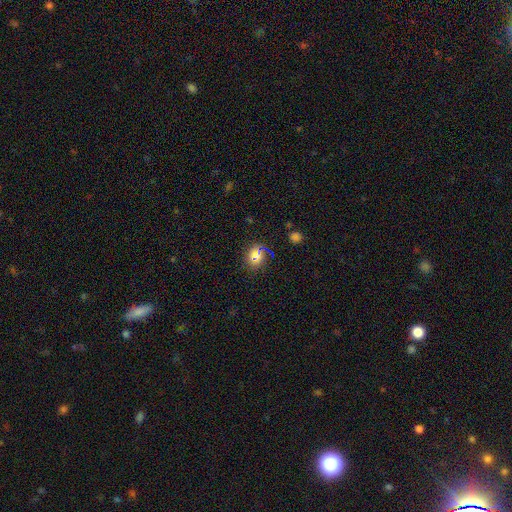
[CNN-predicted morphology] This appears to be a smooth galaxy with no disk features (57%) that is round (72%). Merging: none (82%).